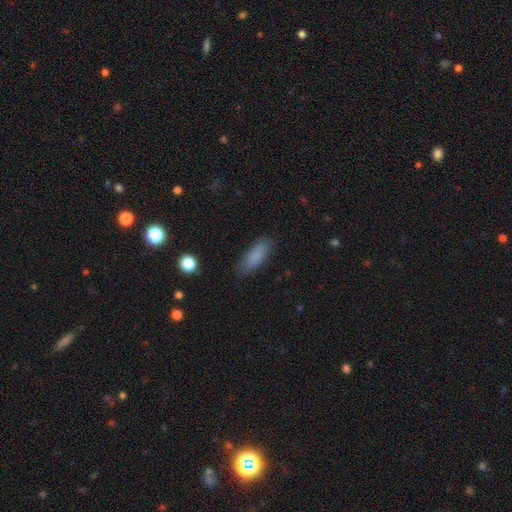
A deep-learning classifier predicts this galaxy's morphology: smooth-or-featured: smooth: 85% | star or artifact: 8% | featured or disk: 7%
  how-rounded: in between: 63% | cigar-shaped: 35% | round: 2%
  merging: none: 82% | minor disturbance: 13% | major disturbance: 3% | merger: 1%